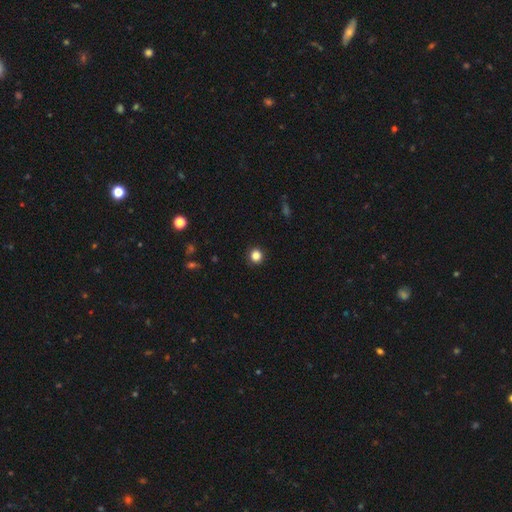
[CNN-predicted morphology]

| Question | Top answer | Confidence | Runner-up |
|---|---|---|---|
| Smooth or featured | smooth | 84% | star or artifact (12%) |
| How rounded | round | 93% | in between (6%) |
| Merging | none | 92% | minor disturbance (5%) |